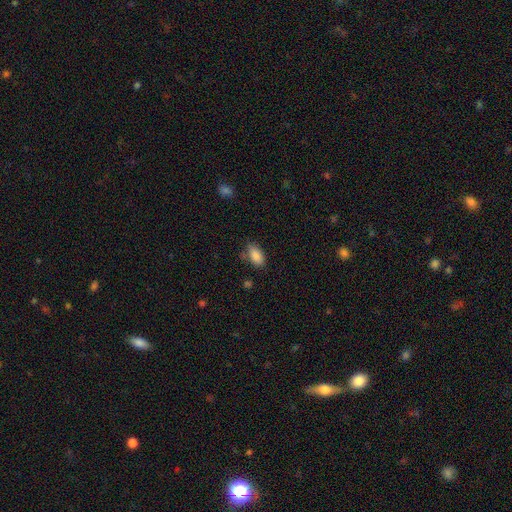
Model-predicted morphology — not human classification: Smooth or featured? Predicted: smooth (p=0.87). How rounded? Predicted: in between (p=0.91). Merging? Predicted: none (p=0.68).